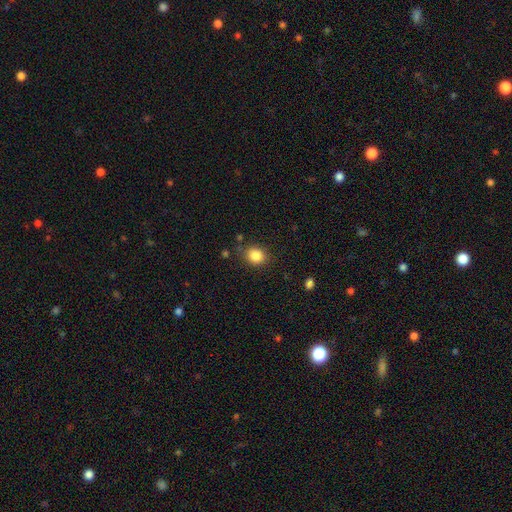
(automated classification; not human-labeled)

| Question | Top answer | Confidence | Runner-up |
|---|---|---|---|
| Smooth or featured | smooth | 85% | star or artifact (11%) |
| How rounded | round | 72% | in between (27%) |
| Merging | none | 82% | minor disturbance (12%) |